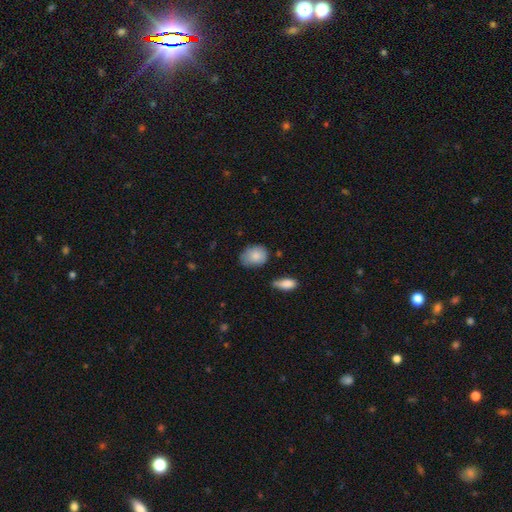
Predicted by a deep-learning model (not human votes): Smooth or featured?
  - smooth: 84% *
  - featured or disk: 9%
  - star or artifact: 7%
How rounded?
  - in between: 65% *
  - round: 34%
  - cigar-shaped: 1%
Merging?
  - none: 59% *
  - minor disturbance: 31%
  - major disturbance: 6%
  - merger: 4%